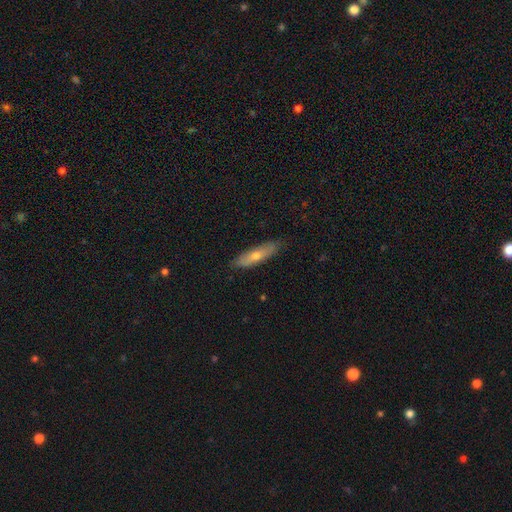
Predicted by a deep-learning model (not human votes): Smooth or featured?
  - smooth: 56% *
  - featured or disk: 38%
  - star or artifact: 6%
How rounded?
  - cigar-shaped: 71% *
  - in between: 27%
  - round: 2%
Merging?
  - none: 84% *
  - minor disturbance: 13%
  - major disturbance: 2%
  - merger: 1%